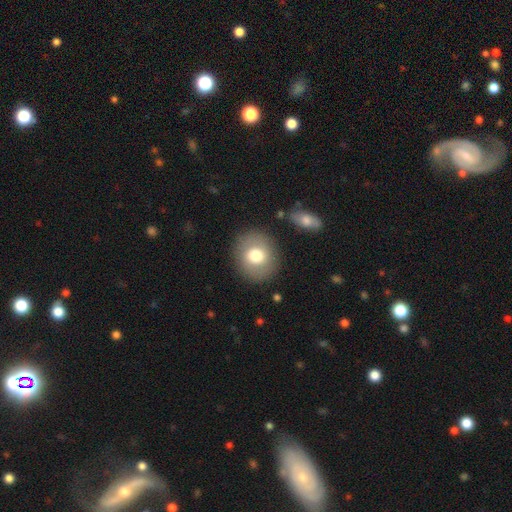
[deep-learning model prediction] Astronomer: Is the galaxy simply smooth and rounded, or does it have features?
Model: smooth — 72%.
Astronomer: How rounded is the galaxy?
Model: round — 77%.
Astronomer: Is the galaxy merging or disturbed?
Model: none — 86%.